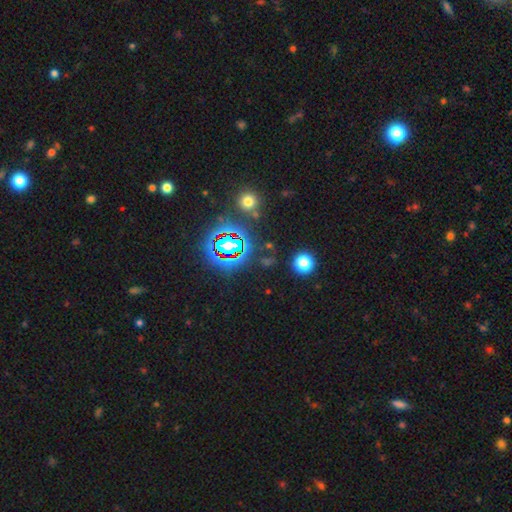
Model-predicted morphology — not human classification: Smooth or featured?
  - star or artifact: 79% *
  - smooth: 13%
  - featured or disk: 8%